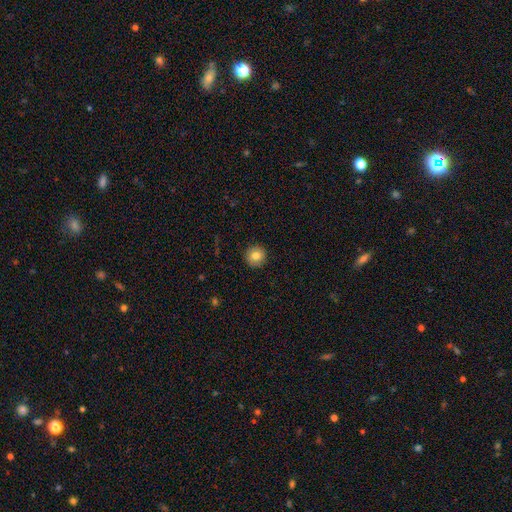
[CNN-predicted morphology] smooth_or_featured: smooth (p=0.81) [alt: featured or disk p=0.10]
how_rounded: round (p=0.95) [alt: in between p=0.04]
merging: none (p=0.92) [alt: minor disturbance p=0.05]